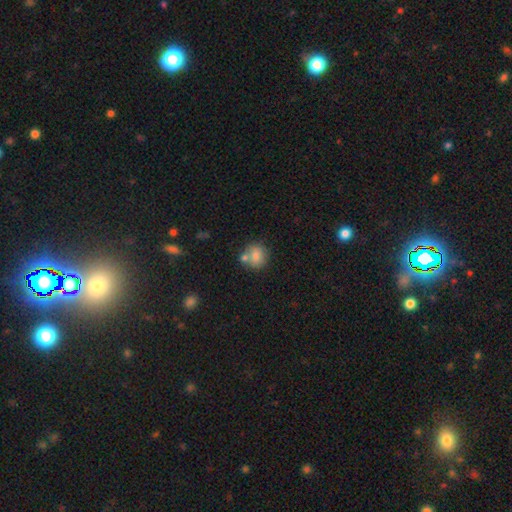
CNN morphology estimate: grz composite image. It shows a smooth galaxy with no disk features (79%) that is round (84%). Merging: none (60%).